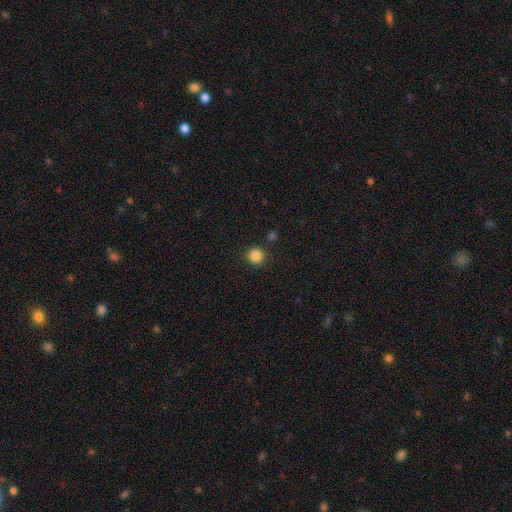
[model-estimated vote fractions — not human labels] Q: Smooth or featured?
A: smooth (86%); runner-up: star or artifact (11%)
Q: How rounded?
A: round (95%); runner-up: in between (4%)
Q: Merging?
A: none (89%); runner-up: minor disturbance (6%)